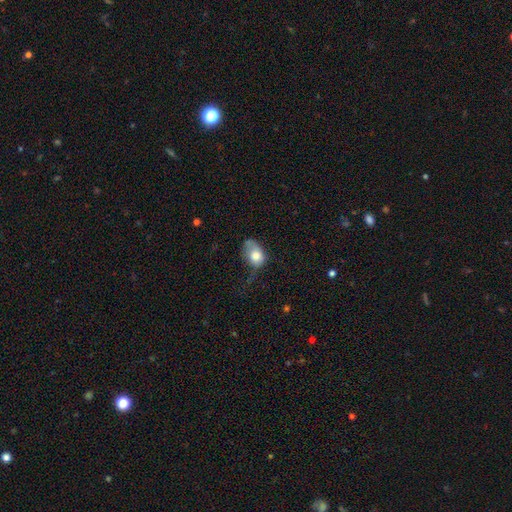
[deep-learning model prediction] Overall: smooth (75%). How rounded: in between (68%; round 31%). Merging: minor disturbance (36%; major disturbance 34%).